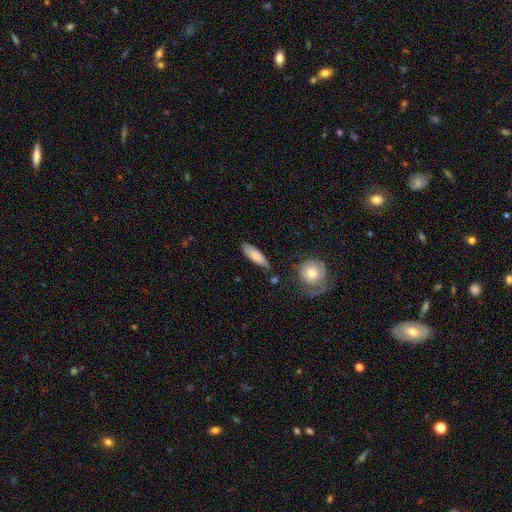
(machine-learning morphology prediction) Smooth or featured? Predicted: smooth (p=0.75). How rounded? Predicted: in between (p=0.50). Merging? Predicted: none (p=0.67).